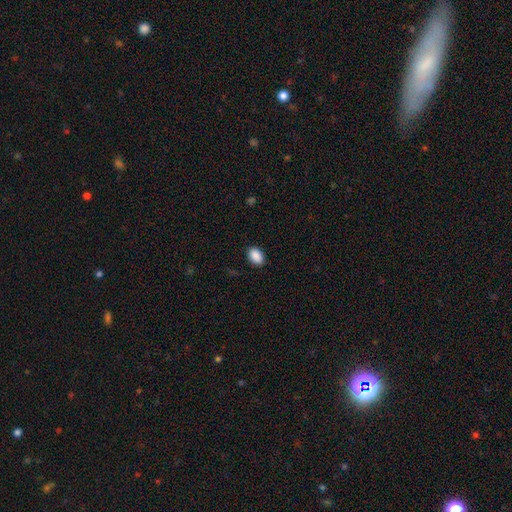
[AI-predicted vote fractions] Overall: smooth (90%). How rounded: in between (84%). Merging: none (88%).